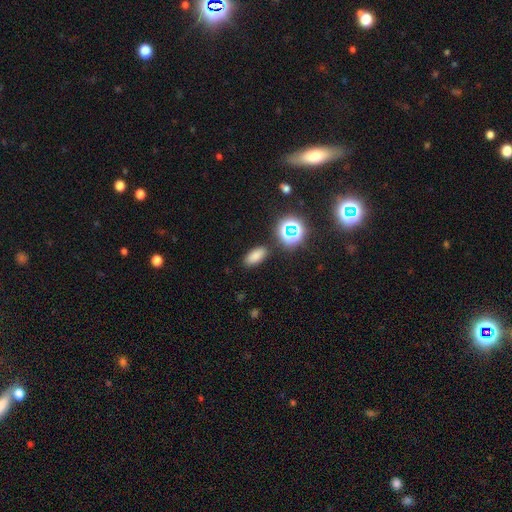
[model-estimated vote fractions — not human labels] A smooth galaxy with no disk features (77%) that is in between round and cigar-shaped (87%). Merging: none (86%).